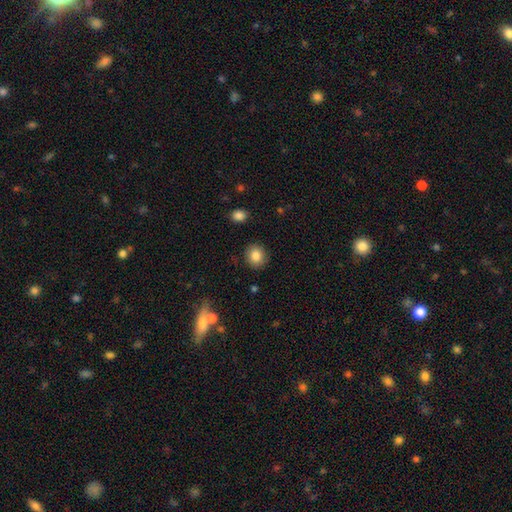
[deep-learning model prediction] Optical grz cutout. It shows a smooth galaxy with no disk features (85%) that is round (83%). Merging: none (89%).